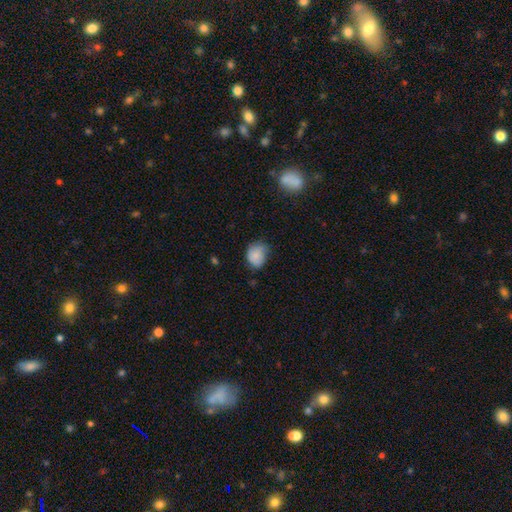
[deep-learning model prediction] Morphology: type=smooth (83%); roundness=in between (54%); merging=none (53%).